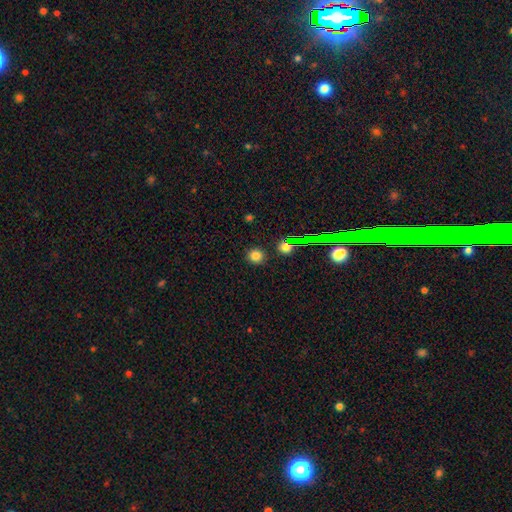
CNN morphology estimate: smooth-or-featured: smooth: 78% | star or artifact: 17% | featured or disk: 5%
  how-rounded: round: 92% | in between: 7% | cigar-shaped: 1%
  merging: none: 88% | minor disturbance: 6% | merger: 3% | major disturbance: 2%